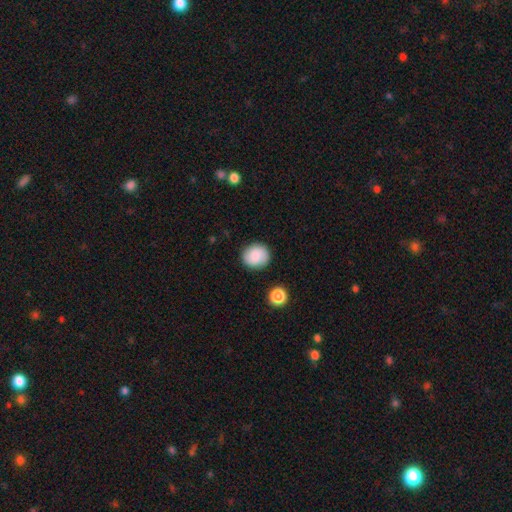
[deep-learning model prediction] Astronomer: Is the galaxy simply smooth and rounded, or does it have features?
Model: smooth — 83%.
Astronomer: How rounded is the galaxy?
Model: round — 89%.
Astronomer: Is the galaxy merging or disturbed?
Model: none — 88%.